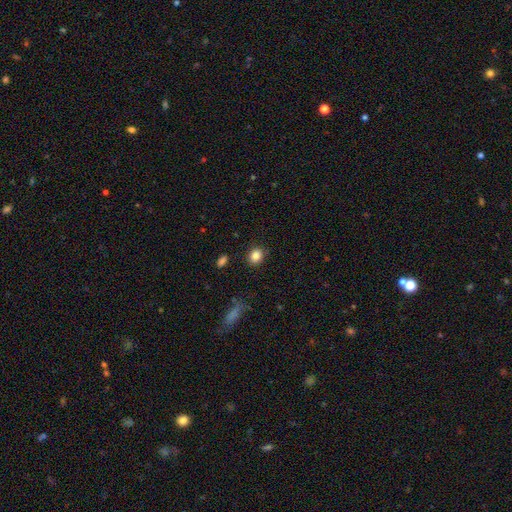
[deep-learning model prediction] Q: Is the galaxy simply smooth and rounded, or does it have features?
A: smooth — 85%.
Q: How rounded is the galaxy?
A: round — 58%.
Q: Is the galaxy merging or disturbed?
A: none — 86%.